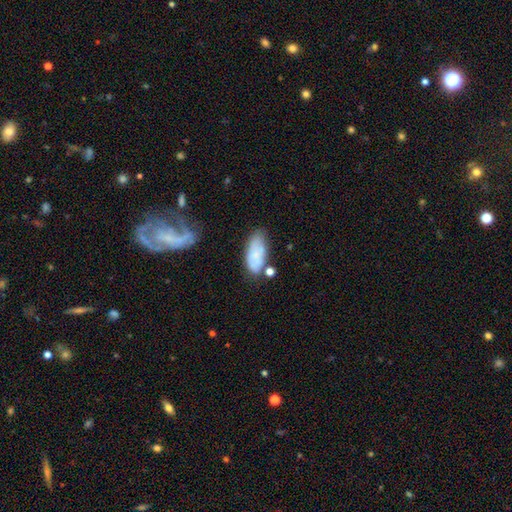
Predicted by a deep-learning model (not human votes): Q: Smooth or featured?
A: smooth (67%); runner-up: featured or disk (24%)
Q: How rounded?
A: in between (88%); runner-up: cigar-shaped (9%)
Q: Merging?
A: none (50%); runner-up: minor disturbance (27%)